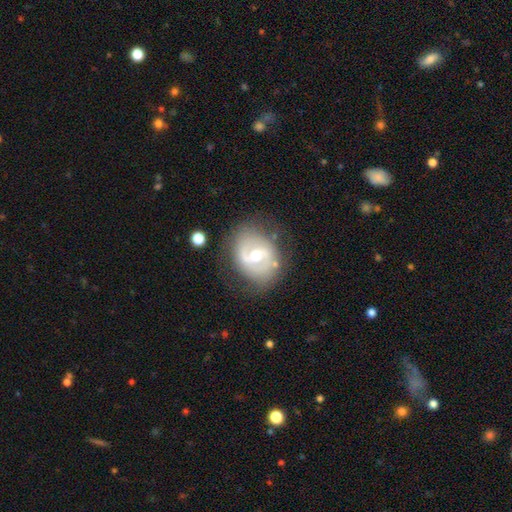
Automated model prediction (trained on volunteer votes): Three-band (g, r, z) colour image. It shows a featured or disk galaxy (70%) with a weak bar (43%), spiral arms (61%) and a moderate central bulge (73%). Merging: none (71%).